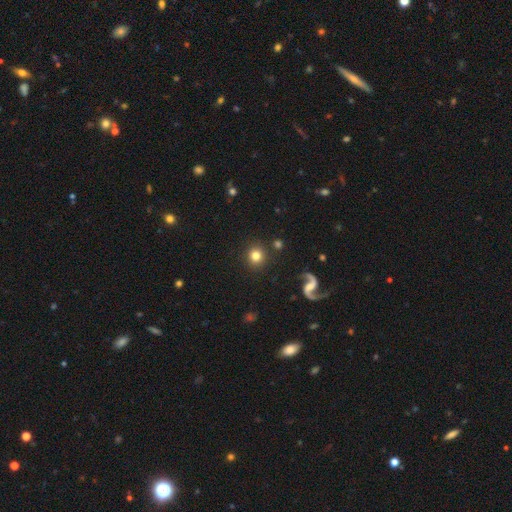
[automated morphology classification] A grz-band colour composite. It shows a smooth galaxy with no disk features (76%) that is round (93%). Merging: none (90%).